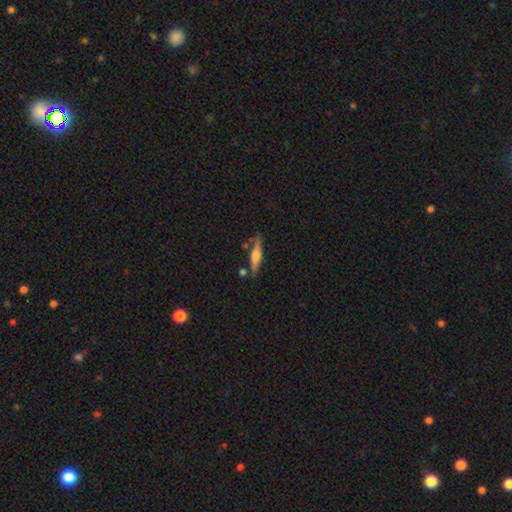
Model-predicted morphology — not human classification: type=featured or disk (48%); merging=none (71%).